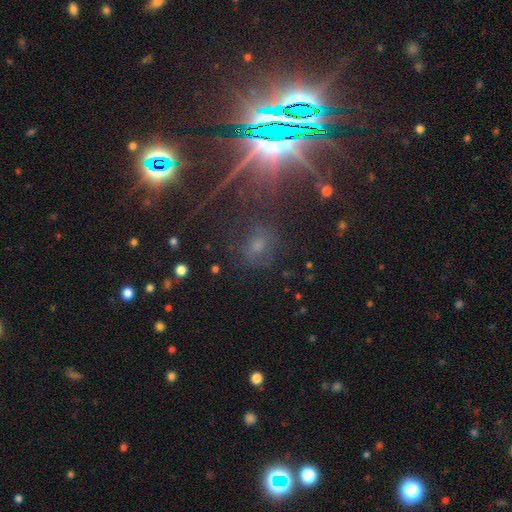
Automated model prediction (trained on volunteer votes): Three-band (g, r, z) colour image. It shows a star or artifact, not a galaxy (63%).